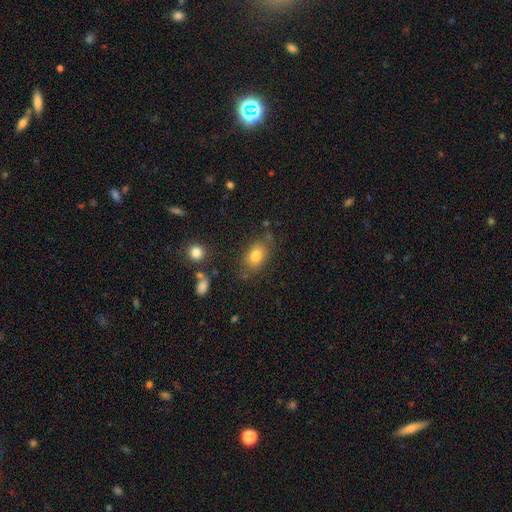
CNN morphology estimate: A smooth galaxy with no disk features (79%) that is in between round and cigar-shaped (80%).

Vote fractions:
- Smooth or featured? smooth: 79% / featured or disk: 11% / star or artifact: 10%
- How rounded? in between: 80% / round: 17% / cigar-shaped: 2%
- Merging? none: 73% / minor disturbance: 17% / major disturbance: 6% / merger: 5%